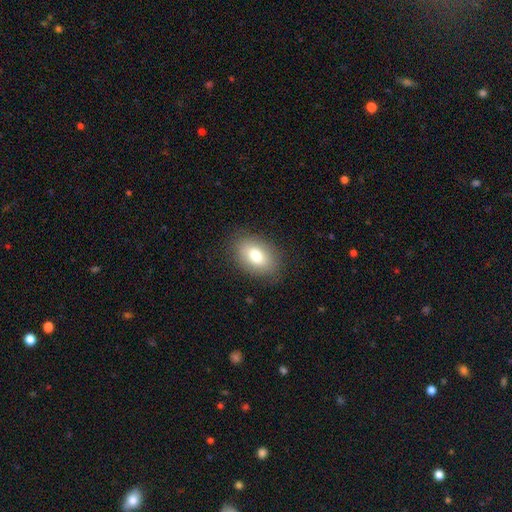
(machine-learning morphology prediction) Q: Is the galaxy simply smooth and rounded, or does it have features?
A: smooth — 78%.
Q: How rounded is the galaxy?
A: in between — 86%.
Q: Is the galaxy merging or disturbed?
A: none — 85%.